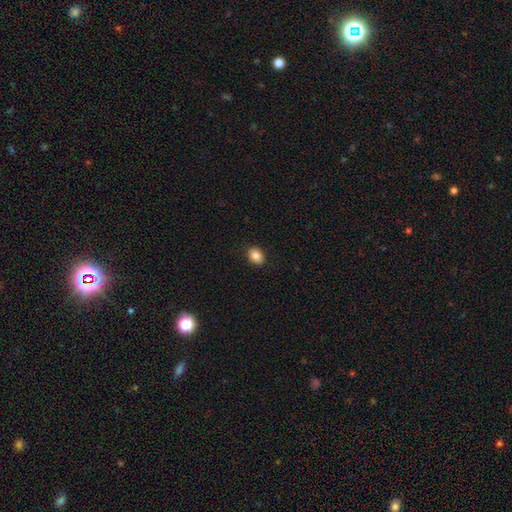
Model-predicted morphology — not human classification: Smooth or featured? smooth (86%)
How rounded? in between (68%)
Merging? none (88%)